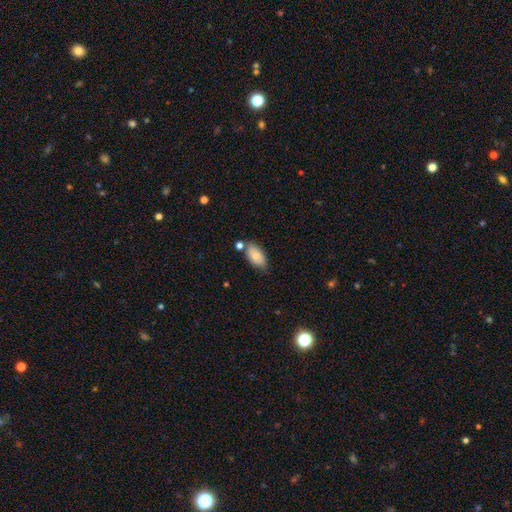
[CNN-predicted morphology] type=smooth (78%); roundness=in between (92%); merging=none (69%).